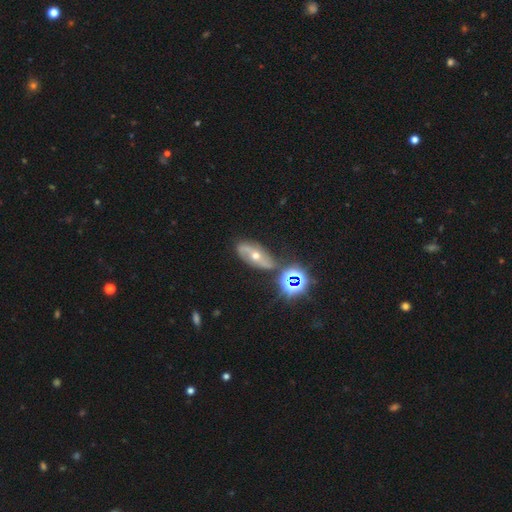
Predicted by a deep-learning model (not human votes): smooth-or-featured: featured or disk: 62% | smooth: 19% | star or artifact: 19%
  disk-edge-on: no: 86% | yes: 14%
    bar: no: 57% | weak: 24% | strong: 20%
    has-spiral-arms: yes: 74% | no: 26%
    bulge-size: moderate: 63% | small: 32% | large: 2% | none: 1% | dominant: 1%
  merging: none: 73% | minor disturbance: 16% | major disturbance: 6% | merger: 5%